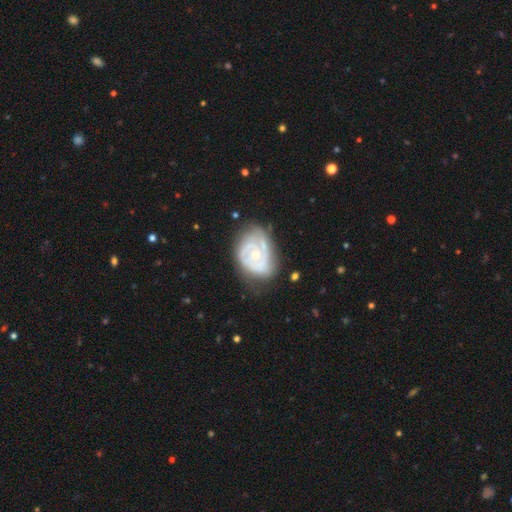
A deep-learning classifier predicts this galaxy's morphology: smooth-or-featured: featured or disk: 80% | smooth: 15% | star or artifact: 5%
  disk-edge-on: no: 97% | yes: 3%
    bar: no: 74% | weak: 22% | strong: 4%
    has-spiral-arms: yes: 89% | no: 11%
      spiral-winding: tight: 67% | medium: 26% | loose: 7%
      spiral-arm-count: 2: 39% | can't tell: 31% | 3: 14% | 1: 10% | 4: 4% | more than 4: 3%
    bulge-size: small: 58% | moderate: 36% | none: 4% | large: 2% | dominant: 1%
  merging: none: 60% | minor disturbance: 26% | major disturbance: 12% | merger: 2%